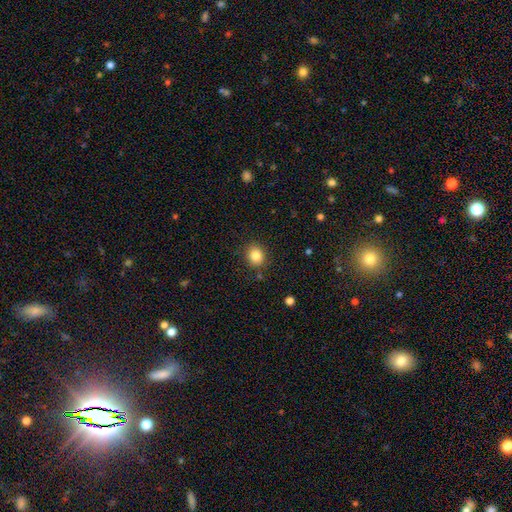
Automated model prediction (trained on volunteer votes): smooth-or-featured: smooth: 84% | star or artifact: 10% | featured or disk: 6%
  how-rounded: round: 75% | in between: 25% | cigar-shaped: 1%
  merging: none: 87% | minor disturbance: 8% | major disturbance: 3% | merger: 2%